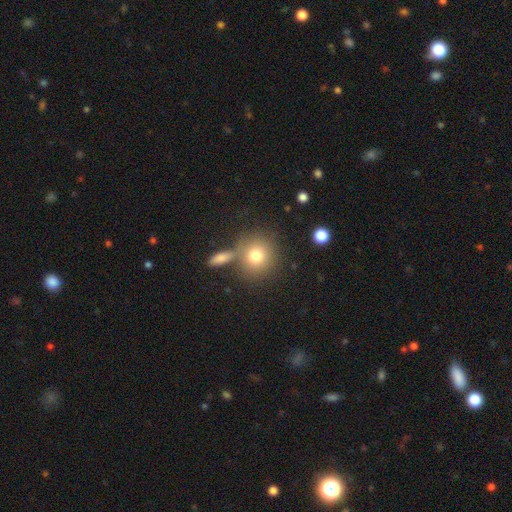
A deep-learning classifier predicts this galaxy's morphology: This appears to be a smooth galaxy with no disk features (76%) that is round (87%). Merging: none (66%).